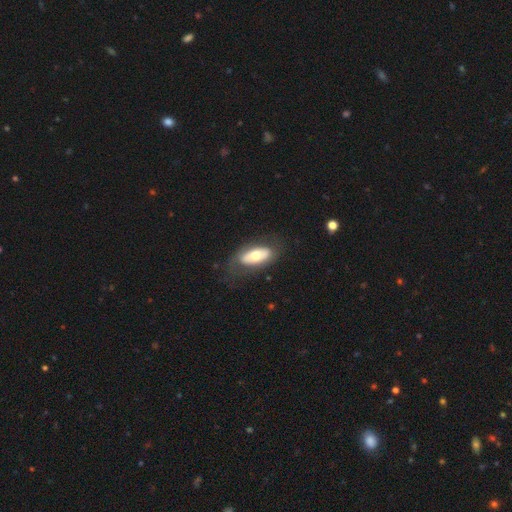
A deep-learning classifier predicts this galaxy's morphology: Smooth or featured: smooth — 54% (featured or disk — 40%)
How rounded: in between — 84% (cigar-shaped — 13%)
Merging: none — 72% (minor disturbance — 17%)